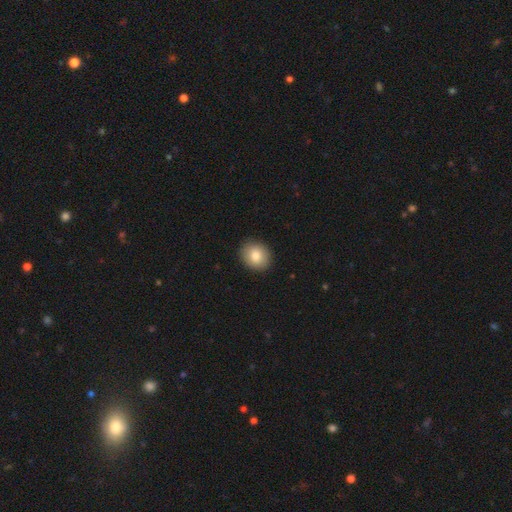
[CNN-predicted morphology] Smooth or featured?
  - smooth: 82% *
  - featured or disk: 9%
  - star or artifact: 8%
How rounded?
  - round: 67% *
  - in between: 32%
  - cigar-shaped: 1%
Merging?
  - none: 91% *
  - minor disturbance: 7%
  - major disturbance: 2%
  - merger: 1%